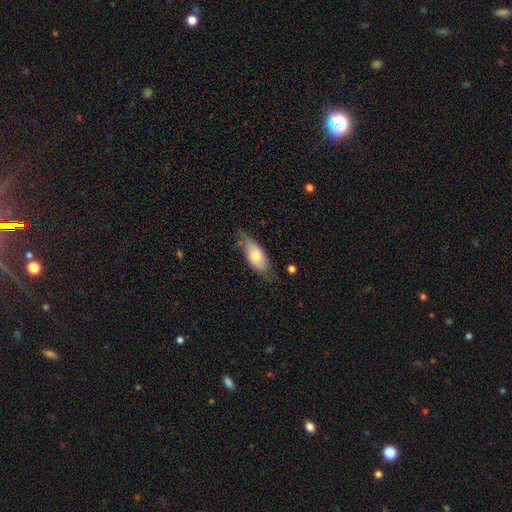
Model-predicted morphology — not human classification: Smooth or featured? smooth (69%)
How rounded? in between (84%)
Merging? none (55%)